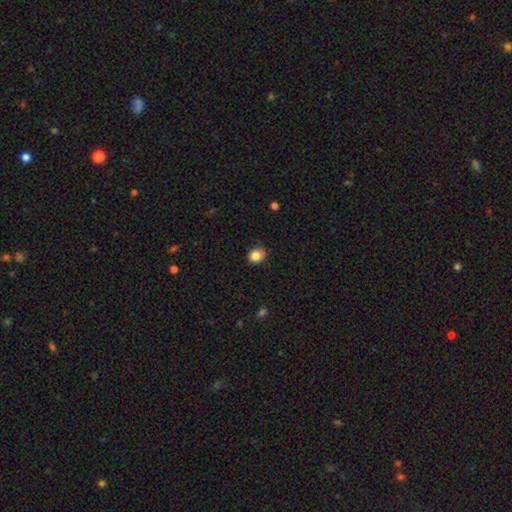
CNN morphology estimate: A smooth galaxy with no disk features (84%) that is round (74%). Merging: none (75%).